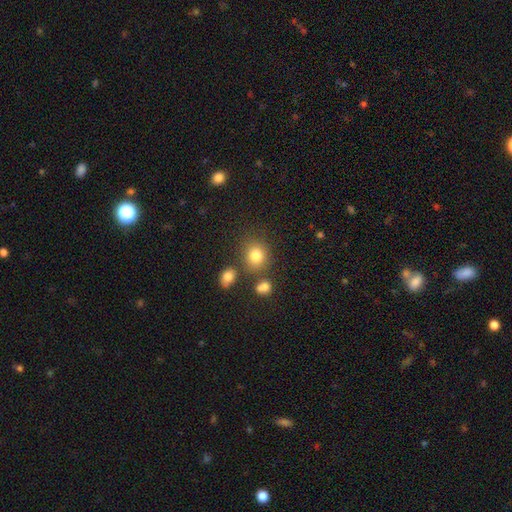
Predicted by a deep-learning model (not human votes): Smooth or featured: smooth — 80% (star or artifact — 13%)
How rounded: round — 76% (in between — 23%)
Merging: none — 73% (minor disturbance — 12%)